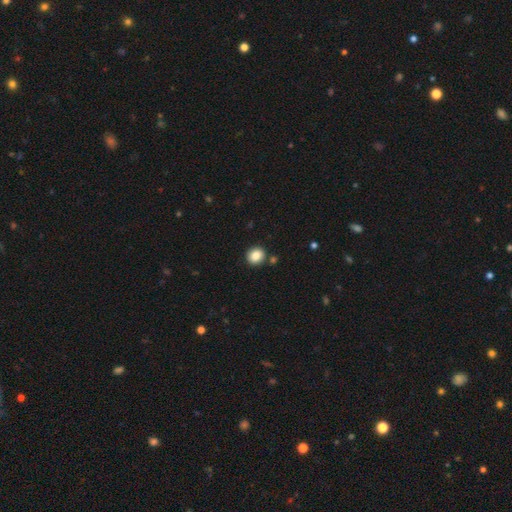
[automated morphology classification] A smooth galaxy with no disk features (86%) that is round (81%).

Vote fractions:
- Smooth or featured? smooth: 86% / star or artifact: 9% / featured or disk: 5%
- How rounded? round: 81% / in between: 18% / cigar-shaped: 1%
- Merging? none: 87% / minor disturbance: 7% / merger: 4% / major disturbance: 2%